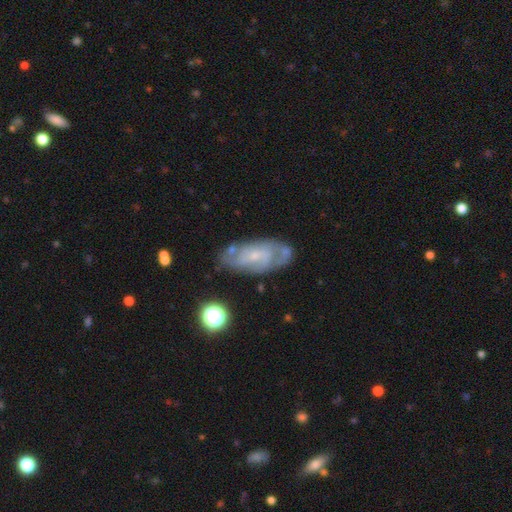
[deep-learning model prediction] smooth-or-featured: featured or disk: 72% | smooth: 20% | star or artifact: 7%
  disk-edge-on: no: 93% | yes: 7%
    bar: no: 60% | weak: 34% | strong: 6%
    has-spiral-arms: yes: 83% | no: 17%
      spiral-winding: tight: 48% | medium: 39% | loose: 13%
      spiral-arm-count: can't tell: 42% | 2: 38% | 3: 9% | 1: 4% | 4: 4% | more than 4: 3%
    bulge-size: small: 74% | moderate: 18% | none: 6% | large: 1% | dominant: 1%
  merging: none: 64% | minor disturbance: 22% | major disturbance: 8% | merger: 6%